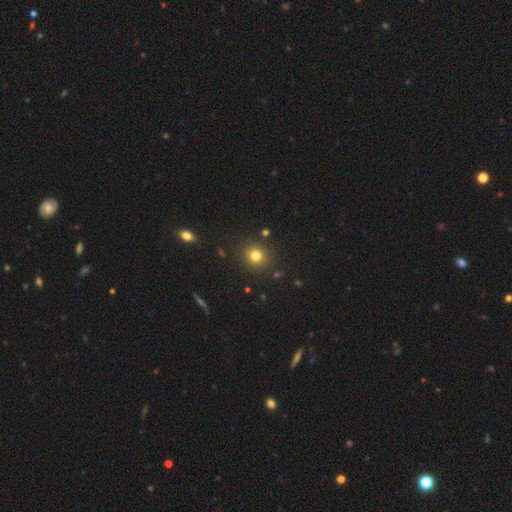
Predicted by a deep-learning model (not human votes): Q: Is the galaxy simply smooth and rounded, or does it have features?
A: smooth — 77%.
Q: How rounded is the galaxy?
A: round — 87%.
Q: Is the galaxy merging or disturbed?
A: none — 88%.